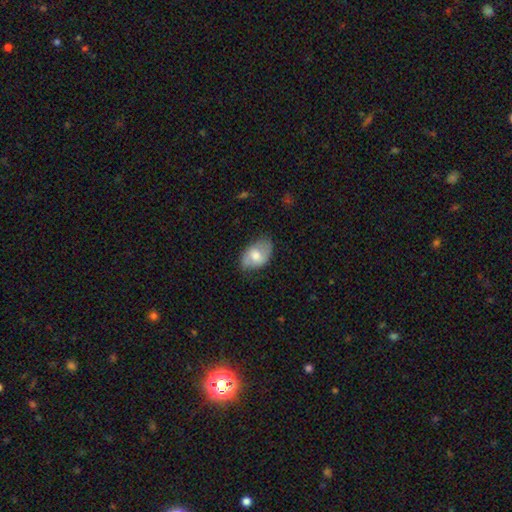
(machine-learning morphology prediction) This appears to be a smooth galaxy with no disk features (57%) that is in between round and cigar-shaped (89%). Merging: none (67%).